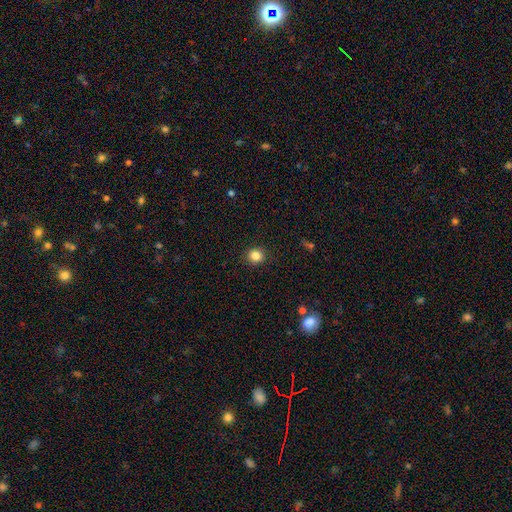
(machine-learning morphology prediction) Smooth or featured? Predicted: smooth (p=0.84). How rounded? Predicted: round (p=0.89). Merging? Predicted: none (p=0.91).